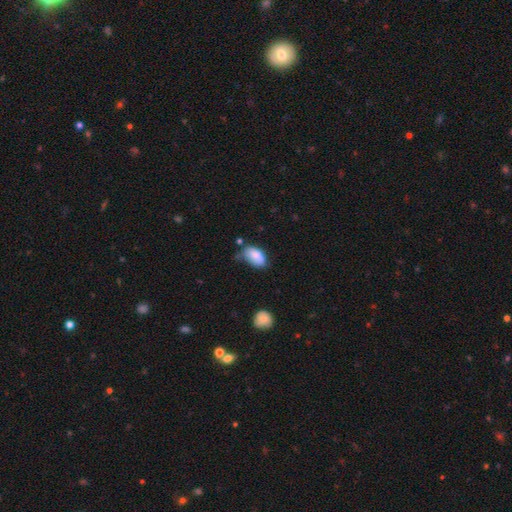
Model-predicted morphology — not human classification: The model was most divided on "merging": none: 46%, minor disturbance: 38%, major disturbance: 9%, merger: 7%. More confident: how rounded — in between (93%); smooth or featured — smooth (85%).